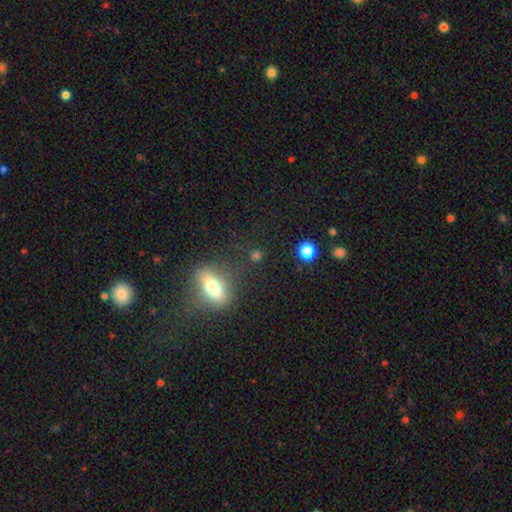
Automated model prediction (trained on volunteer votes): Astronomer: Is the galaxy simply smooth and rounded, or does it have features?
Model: smooth — 59%.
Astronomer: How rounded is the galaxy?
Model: round — 61%.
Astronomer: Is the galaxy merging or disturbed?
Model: none — 76%.